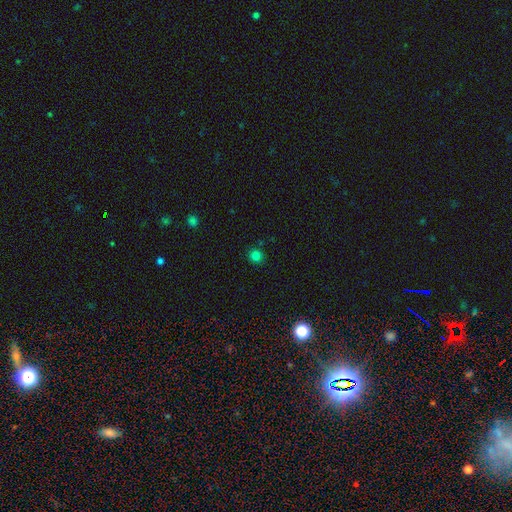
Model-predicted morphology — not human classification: smooth 80%, star or artifact 16%, featured or disk 4%. Down the decision tree: how rounded — round (89%); merging — none (87%).